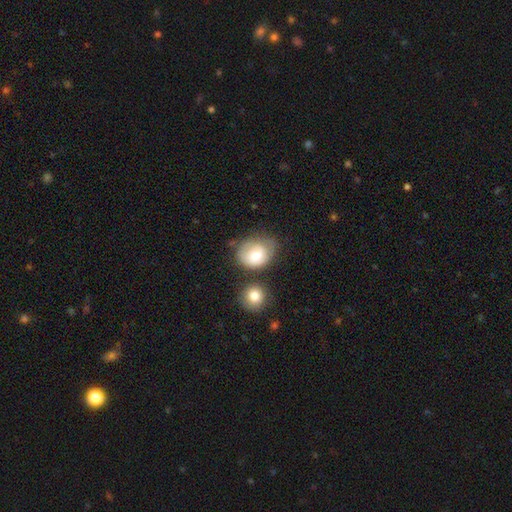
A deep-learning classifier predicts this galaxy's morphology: Q: Smooth or featured?
A: smooth (64%); runner-up: featured or disk (29%)
Q: How rounded?
A: round (50%); runner-up: in between (49%)
Q: Merging?
A: none (45%); runner-up: minor disturbance (28%)